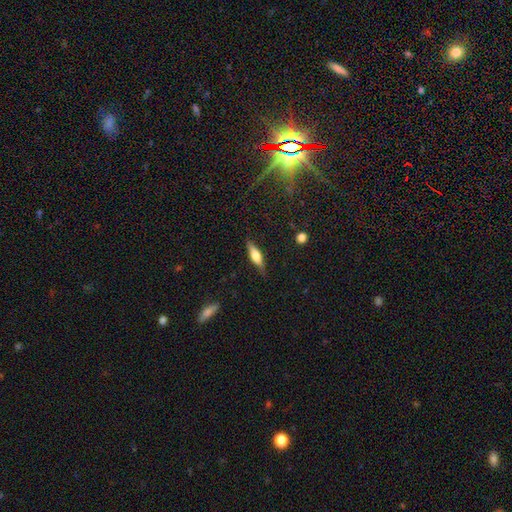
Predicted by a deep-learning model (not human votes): Smooth or featured? Predicted: smooth (p=0.57). How rounded? Predicted: cigar-shaped (p=0.61). Merging? Predicted: none (p=0.82).